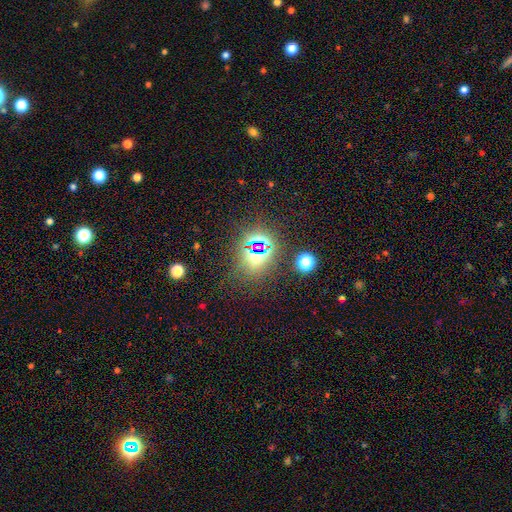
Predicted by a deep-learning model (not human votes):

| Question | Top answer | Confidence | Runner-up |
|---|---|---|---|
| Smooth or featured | star or artifact | 64% | smooth (25%) |